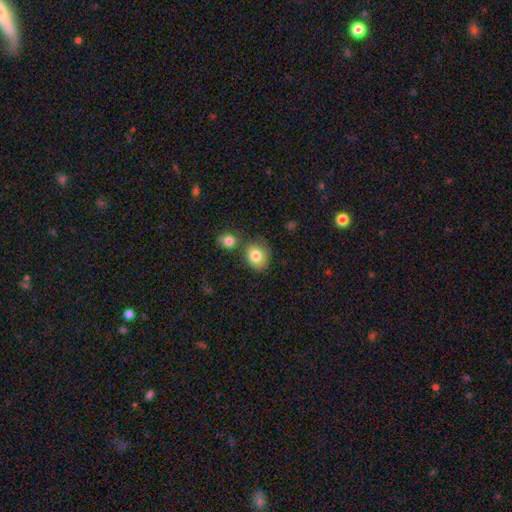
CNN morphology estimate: This is clearly a smooth galaxy (80%). How rounded: possibly round (56%). Merging: likely none (61%).